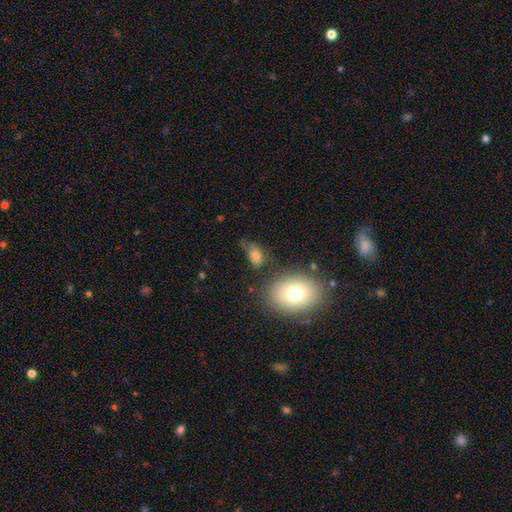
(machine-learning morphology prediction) A smooth galaxy with no disk features (77%) that is in between round and cigar-shaped (83%). Merging: none (53%).